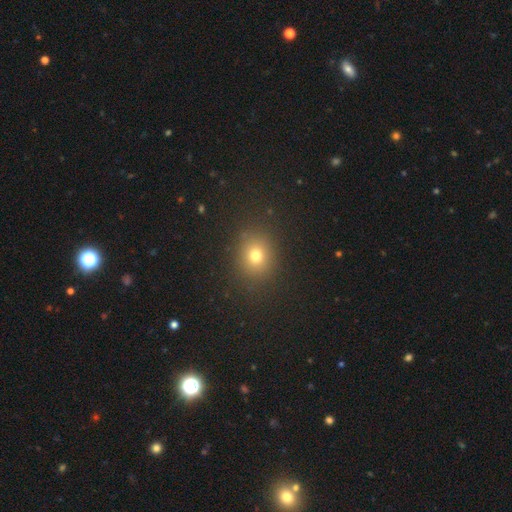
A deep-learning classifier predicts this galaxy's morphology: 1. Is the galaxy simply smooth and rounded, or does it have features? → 74% smooth, 17% star or artifact, 9% featured or disk.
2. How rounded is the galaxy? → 70% round, 29% in between, 1% cigar-shaped.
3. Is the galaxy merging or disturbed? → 87% none, 8% minor disturbance, 3% major disturbance, 1% merger.